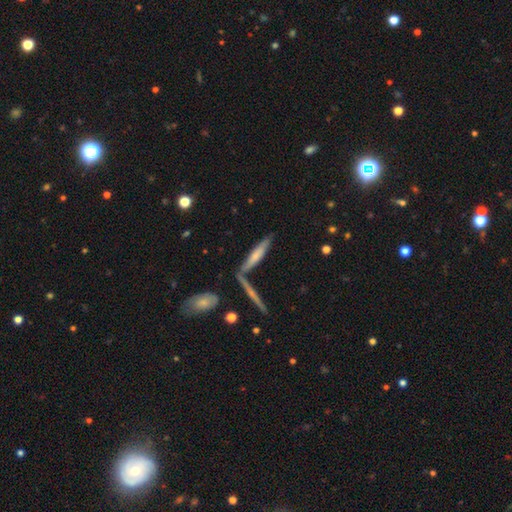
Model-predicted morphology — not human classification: This is possibly a smooth galaxy (54%). How rounded: clearly cigar-shaped (84%). Merging: likely none (62%).